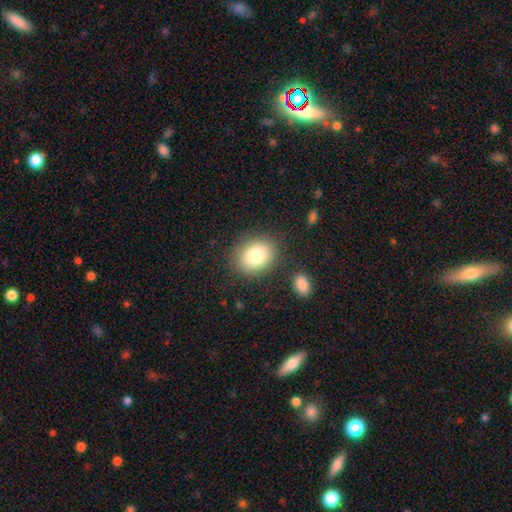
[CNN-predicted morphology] type=smooth (82%); roundness=round (51%); merging=none (83%).